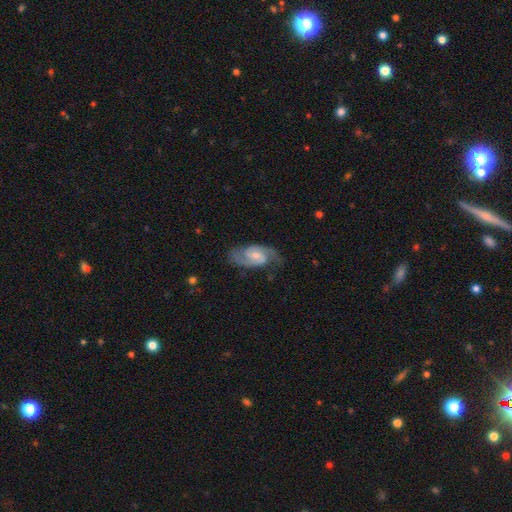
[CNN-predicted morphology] smooth_or_featured: featured or disk (p=0.88) [alt: smooth p=0.07]
disk_edge_on: no (p=0.97) [alt: yes p=0.03]
bar: weak (p=0.54) [alt: no p=0.34]
has_spiral_arms: yes (p=0.98) [alt: no p=0.02]
spiral_winding: medium (p=0.57) [alt: tight p=0.28]
spiral_arm_count: 2 (p=0.92) [alt: can't tell p=0.03]
bulge_size: small (p=0.45) [alt: moderate p=0.44]
merging: none (p=0.78) [alt: minor disturbance p=0.16]